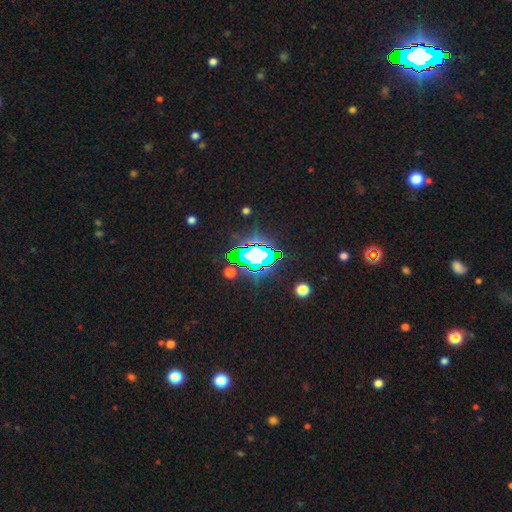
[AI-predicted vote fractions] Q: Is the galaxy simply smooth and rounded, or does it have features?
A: star or artifact — 65%.